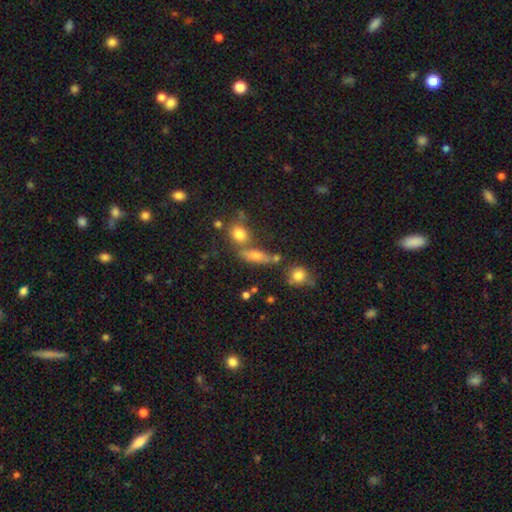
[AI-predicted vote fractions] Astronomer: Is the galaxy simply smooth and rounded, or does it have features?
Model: smooth — 66%.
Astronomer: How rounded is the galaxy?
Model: in between — 48% (runner-up: cigar-shaped, 40%).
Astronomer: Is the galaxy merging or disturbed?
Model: none — 54%.